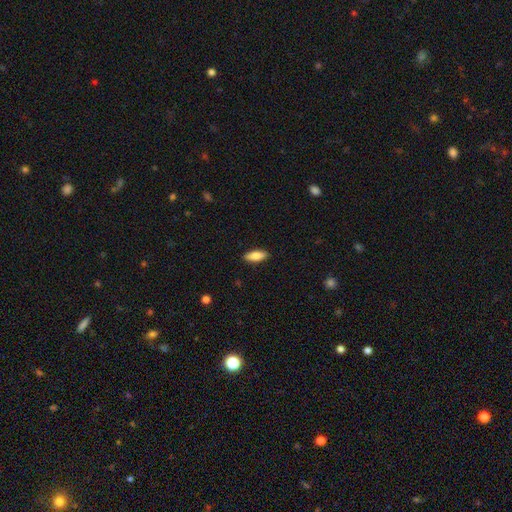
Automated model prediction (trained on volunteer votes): A smooth galaxy with no disk features (81%) that is in between round and cigar-shaped (77%).

Vote fractions:
- Smooth or featured? smooth: 81% / featured or disk: 13% / star or artifact: 6%
- How rounded? in between: 77% / cigar-shaped: 21% / round: 2%
- Merging? none: 90% / minor disturbance: 8% / major disturbance: 2% / merger: 1%